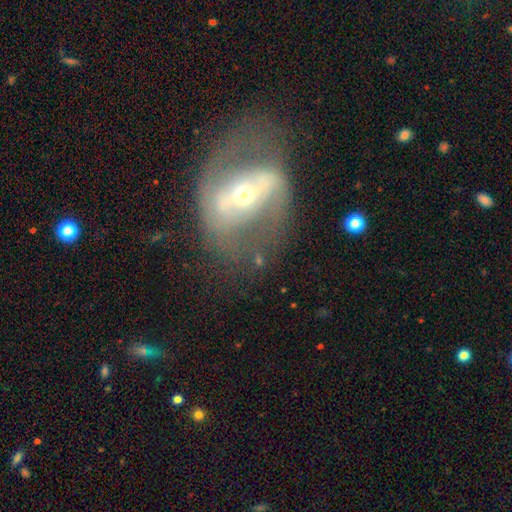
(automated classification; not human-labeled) The model was most divided on "bulge size": moderate: 54%, small: 38%, large: 5%, dominant: 1%, none: 1%. More confident: edge-on disk — no (93%); smooth or featured — featured or disk (78%); spiral arms — yes (65%); merging — none (59%); bar — strong (52%).